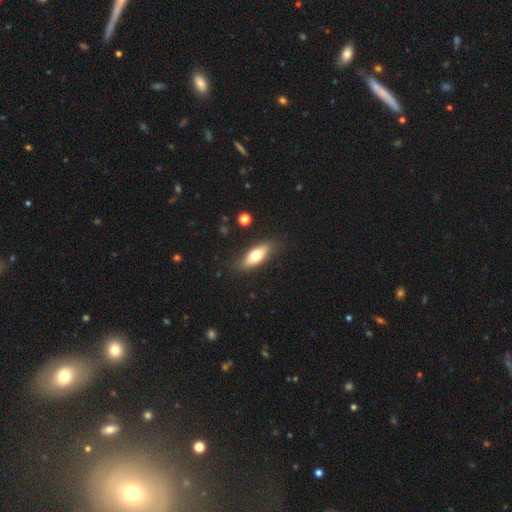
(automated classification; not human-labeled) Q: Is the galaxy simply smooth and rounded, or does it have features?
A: smooth — 67%.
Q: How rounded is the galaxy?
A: in between — 69%.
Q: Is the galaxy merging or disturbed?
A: none — 83%.